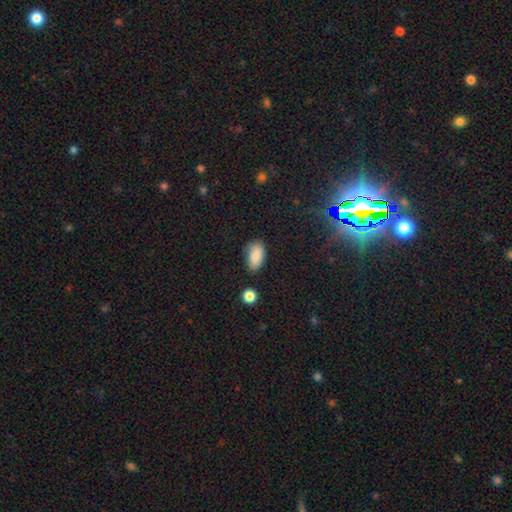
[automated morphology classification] type=smooth (87%); roundness=in between (93%); merging=none (68%).